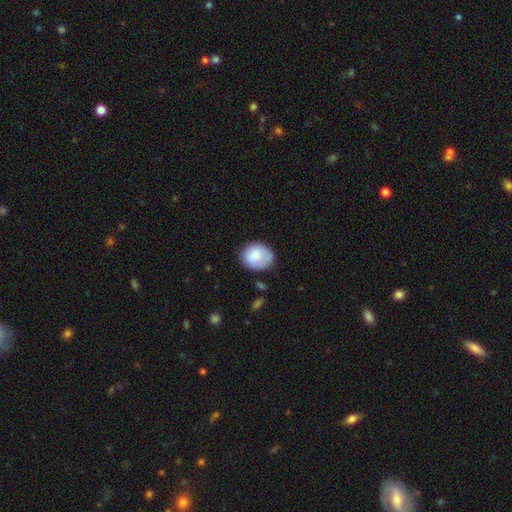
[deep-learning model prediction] Morphology: type=smooth (81%); roundness=round (60%); merging=none (70%).